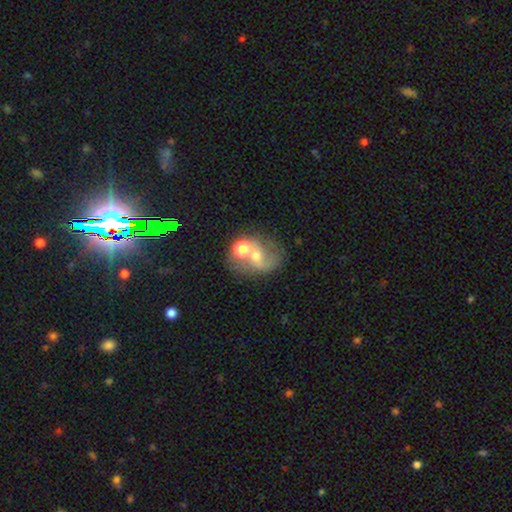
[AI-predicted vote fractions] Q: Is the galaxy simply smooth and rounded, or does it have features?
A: featured or disk — 50%.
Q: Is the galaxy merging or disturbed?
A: merger — 39%.